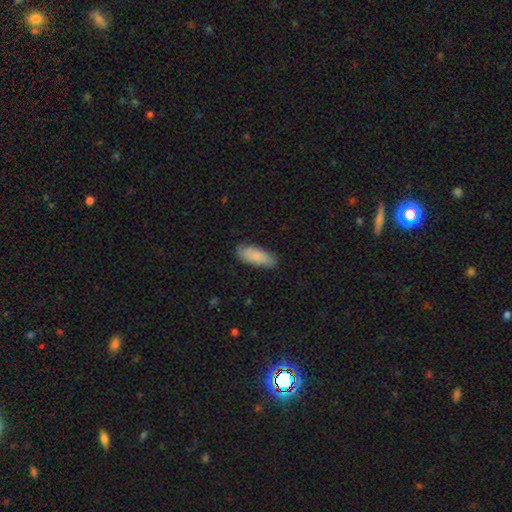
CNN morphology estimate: Smooth or featured? Predicted: smooth (p=0.87). How rounded? Predicted: in between (p=0.73). Merging? Predicted: none (p=0.81).